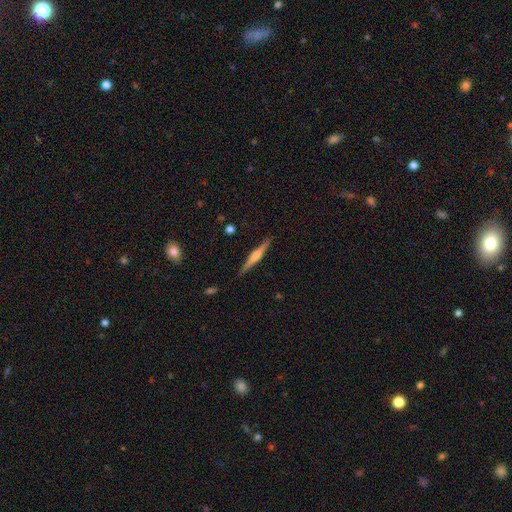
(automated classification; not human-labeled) smooth_or_featured: featured or disk (p=0.67) [alt: smooth p=0.27]
disk_edge_on: yes (p=0.98) [alt: no p=0.02]
edge_on_bulge: rounded (p=0.78) [alt: boxy p=0.13]
merging: none (p=0.90) [alt: minor disturbance p=0.07]